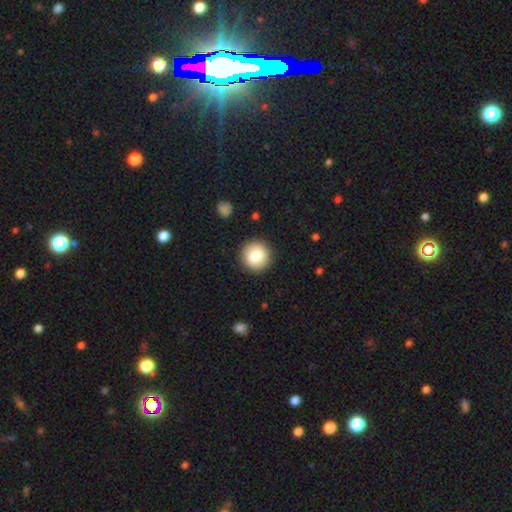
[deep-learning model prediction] smooth 83%, featured or disk 9%, star or artifact 8%. Down the decision tree: how rounded — round (92%); merging — none (91%).